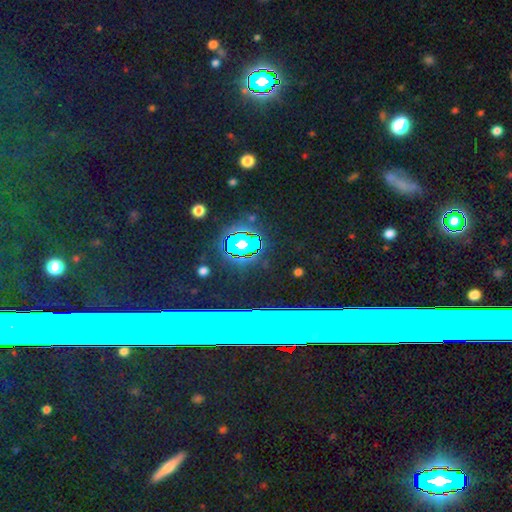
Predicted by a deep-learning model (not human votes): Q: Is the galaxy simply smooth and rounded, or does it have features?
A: star or artifact — 75%.